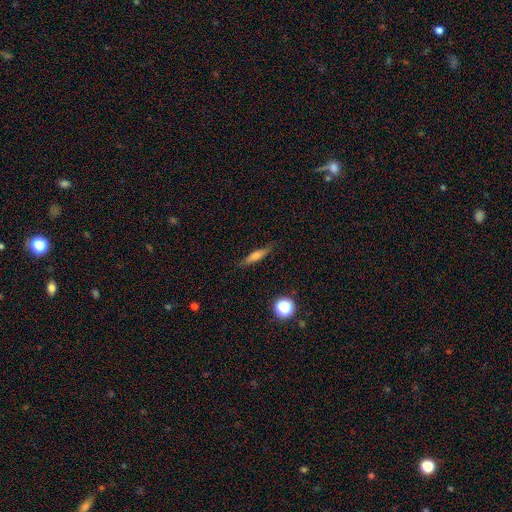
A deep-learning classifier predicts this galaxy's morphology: This appears to be a smooth galaxy with no disk features (53%) that is cigar-shaped (84%). Merging: none (86%).